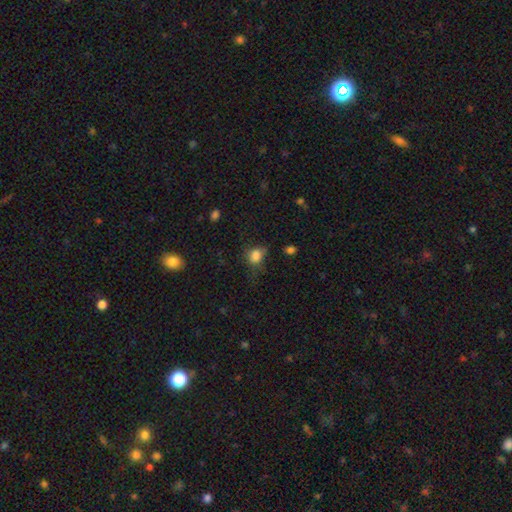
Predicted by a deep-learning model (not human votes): A smooth galaxy with no disk features (82%) that is round (52%).

Vote fractions:
- Smooth or featured? smooth: 82% / star or artifact: 11% / featured or disk: 7%
- How rounded? round: 52% / in between: 46% / cigar-shaped: 1%
- Merging? none: 51% / minor disturbance: 30% / major disturbance: 17% / merger: 3%